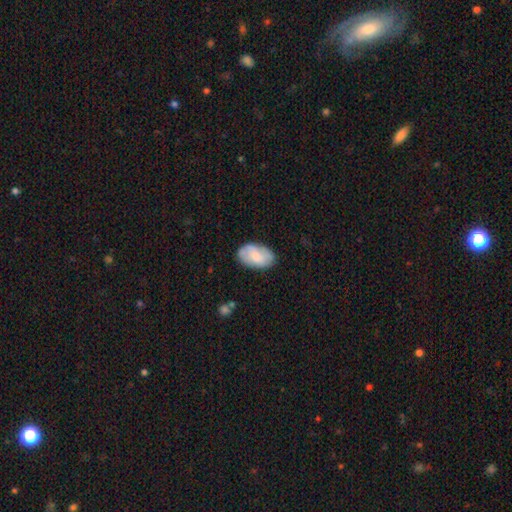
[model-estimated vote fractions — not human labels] Smooth or featured: smooth — 64% (featured or disk — 30%)
How rounded: in between — 93% (round — 6%)
Merging: none — 79% (minor disturbance — 17%)